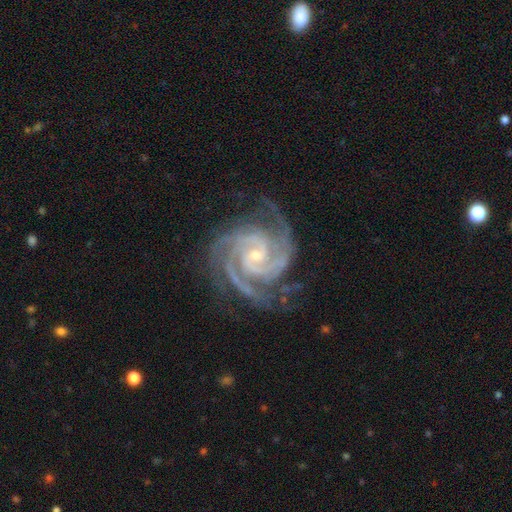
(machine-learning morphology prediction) Smooth or featured: featured or disk — 94% (star or artifact — 4%)
Edge-on disk: no — 98% (yes — 2%)
Bar: no — 55% (weak — 33%)
Spiral arms: yes — 99% (no — 1%)
Spiral winding: tight — 69% (medium — 28%)
Spiral arm count: 3 — 39% (2 — 27%)
Bulge size: small — 68% (moderate — 29%)
Merging: none — 73% (minor disturbance — 18%)